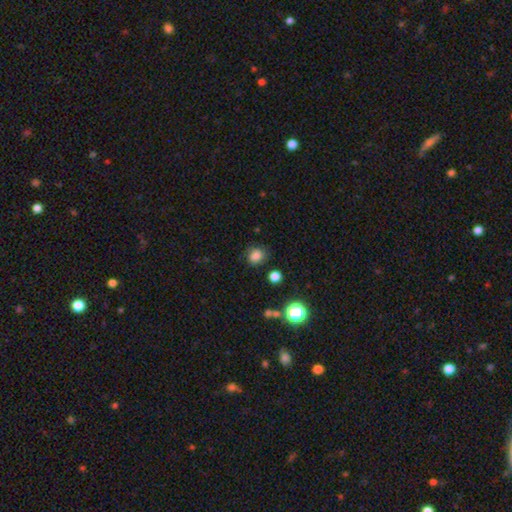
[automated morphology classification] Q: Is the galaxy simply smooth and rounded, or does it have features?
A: smooth — 80%.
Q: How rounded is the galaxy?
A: round — 67%.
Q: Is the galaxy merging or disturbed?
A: none — 76%.